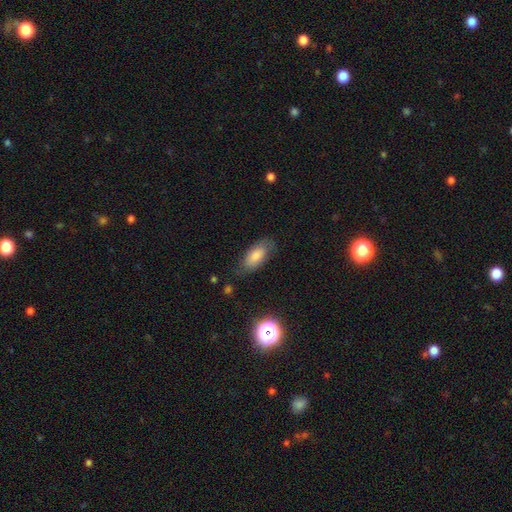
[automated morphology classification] A smooth galaxy with no disk features (70%) that is in between round and cigar-shaped (87%).

Vote fractions:
- Smooth or featured? smooth: 70% / featured or disk: 20% / star or artifact: 10%
- How rounded? in between: 87% / cigar-shaped: 9% / round: 4%
- Merging? none: 71% / minor disturbance: 21% / major disturbance: 6% / merger: 2%